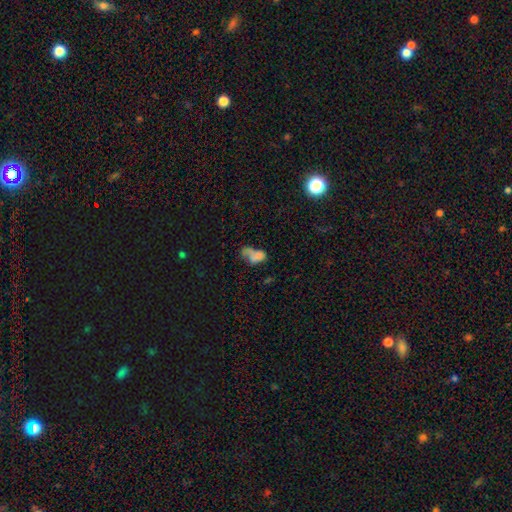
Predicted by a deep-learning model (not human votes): A smooth galaxy with no disk features (60%) that is in between round and cigar-shaped (83%). Merging: merger (36%).